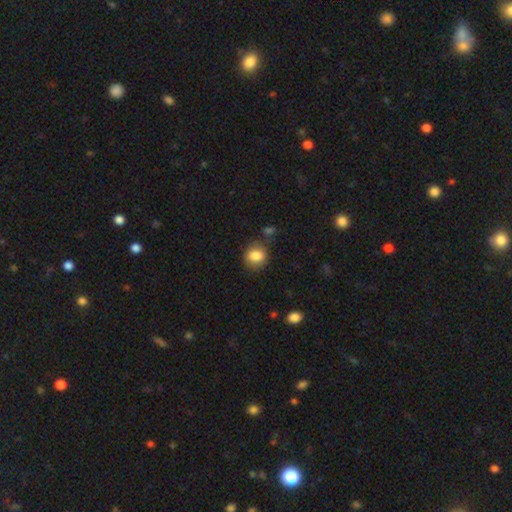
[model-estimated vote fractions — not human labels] This appears to be a smooth galaxy with no disk features (84%) that is round (62%). Merging: none (78%).